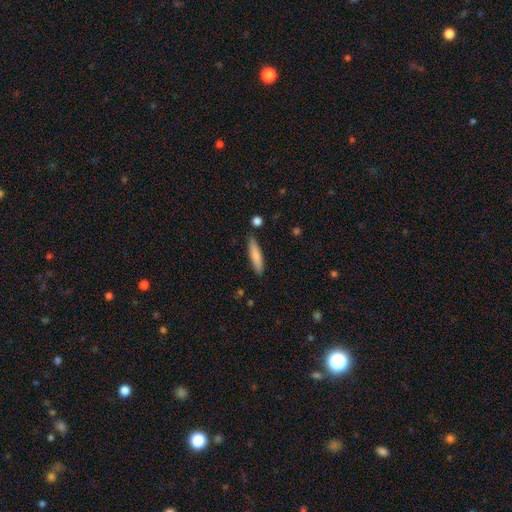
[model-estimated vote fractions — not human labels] A smooth galaxy with no disk features (79%) that is cigar-shaped (81%). Merging: none (83%).